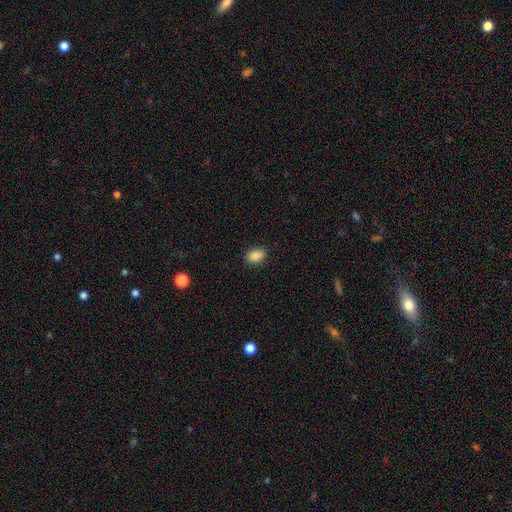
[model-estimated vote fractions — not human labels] A smooth galaxy with no disk features (87%) that is in between round and cigar-shaped (81%). Merging: none (87%).